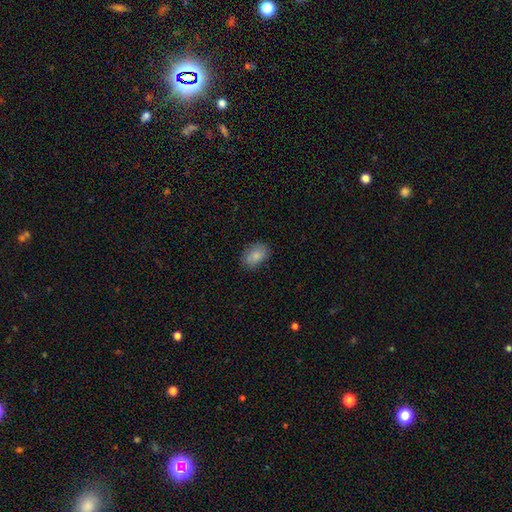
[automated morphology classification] This appears to be a smooth galaxy with no disk features (84%) that is in between round and cigar-shaped (83%). Merging: none (81%).